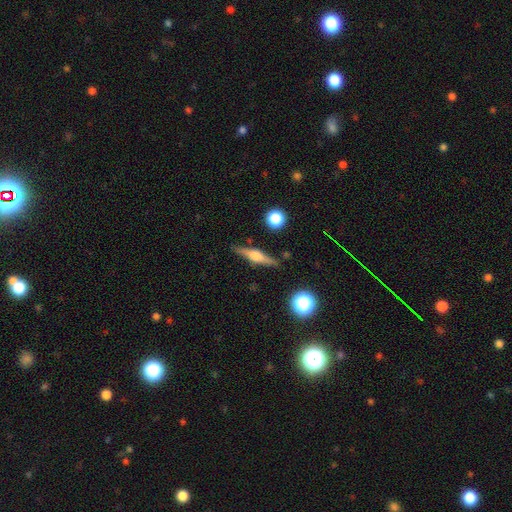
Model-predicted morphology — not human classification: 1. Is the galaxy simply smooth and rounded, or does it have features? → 70% featured or disk, 23% smooth, 7% star or artifact.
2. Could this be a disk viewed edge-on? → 97% yes, 3% no.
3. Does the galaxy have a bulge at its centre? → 85% rounded, 12% boxy, 3% none.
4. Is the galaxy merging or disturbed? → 86% none, 10% minor disturbance, 2% major disturbance, 2% merger.